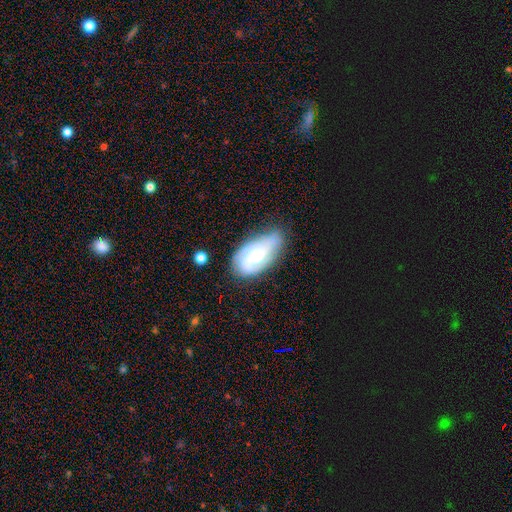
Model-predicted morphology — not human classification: A featured or disk galaxy (67%) with no bar (62%), tight (47%) spiral arms (88%) and a small central bulge (48%).

Vote fractions:
- Smooth or featured? featured or disk: 67% / smooth: 26% / star or artifact: 7%
- Edge-on disk? no: 95% / yes: 5%
- Bar? no: 62% / weak: 31% / strong: 7%
- Spiral arms? yes: 88% / no: 12%
- Spiral winding? tight: 47% / medium: 38% / loose: 15%
- Spiral arm count? can't tell: 31% / 2: 30% / 3: 26% / 4: 6% / 1: 5% / more than 4: 3%
- Bulge size? small: 48% / moderate: 45% / large: 3% / none: 2% / dominant: 1%
- Merging? none: 60% / minor disturbance: 28% / major disturbance: 10% / merger: 3%